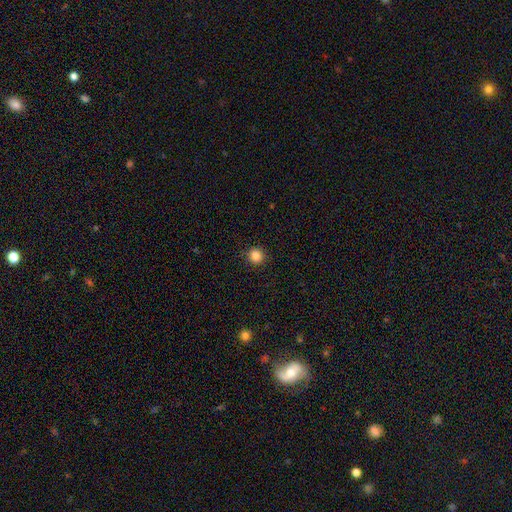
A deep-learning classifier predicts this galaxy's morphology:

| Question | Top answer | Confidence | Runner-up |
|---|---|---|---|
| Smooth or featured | smooth | 84% | star or artifact (11%) |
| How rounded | round | 94% | in between (6%) |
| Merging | none | 91% | minor disturbance (6%) |